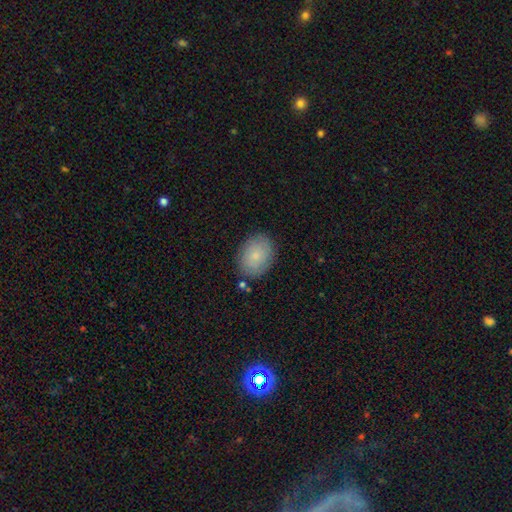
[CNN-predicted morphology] Smooth or featured?
  - smooth: 79% *
  - featured or disk: 14%
  - star or artifact: 7%
How rounded?
  - in between: 72% *
  - round: 27%
  - cigar-shaped: 1%
Merging?
  - none: 83% *
  - minor disturbance: 12%
  - major disturbance: 3%
  - merger: 2%